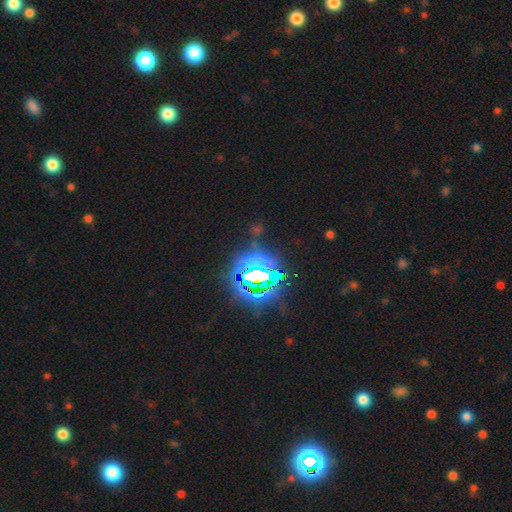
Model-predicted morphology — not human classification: Smooth or featured: star or artifact — 81% (smooth — 10%)